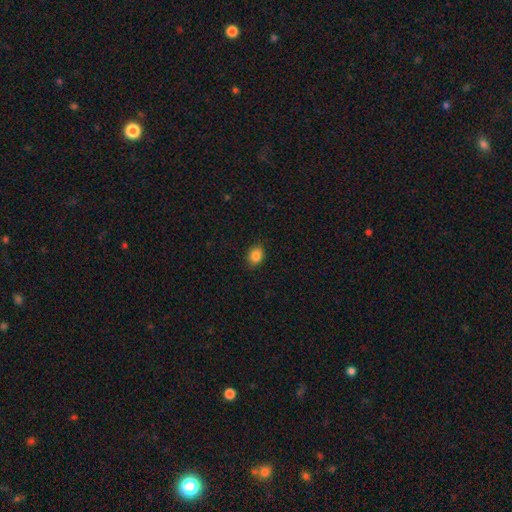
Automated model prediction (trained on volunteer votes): smooth 86%, star or artifact 10%, featured or disk 5%. Down the decision tree: how rounded — in between (57%); merging — none (85%).